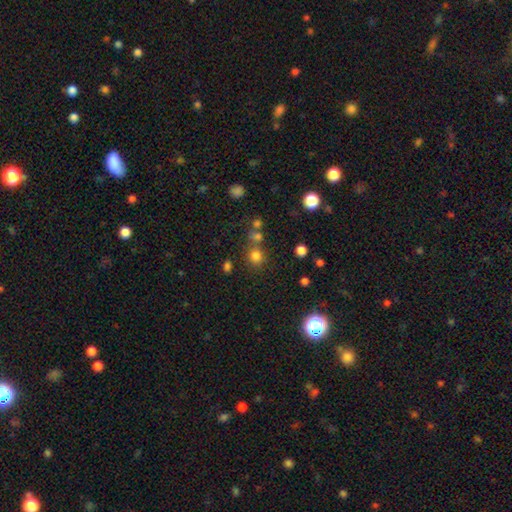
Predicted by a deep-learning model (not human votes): Morphology: type=smooth (75%); roundness=round (85%); merging=none (69%).